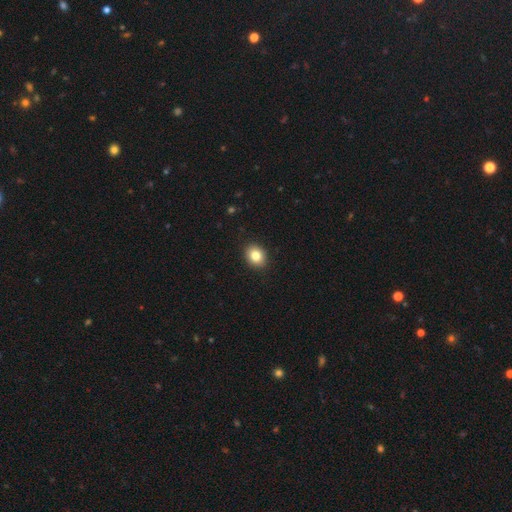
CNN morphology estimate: Smooth or featured? smooth (83%)
How rounded? round (53%)
Merging? none (91%)